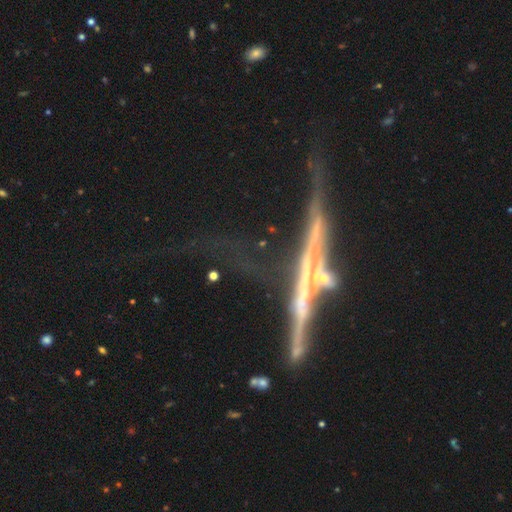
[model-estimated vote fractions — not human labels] A featured or disk galaxy (72%) viewed edge-on (88%) with no central bulge (71%). Merging: none (41%).